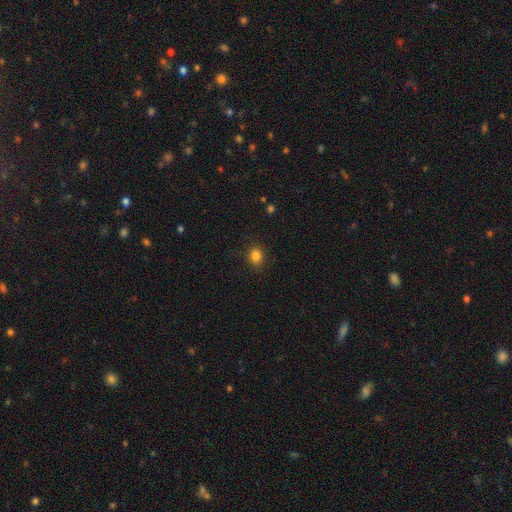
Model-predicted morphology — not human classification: A smooth galaxy with no disk features (83%) that is round (60%).

Vote fractions:
- Smooth or featured? smooth: 83% / star or artifact: 12% / featured or disk: 5%
- How rounded? round: 60% / in between: 39% / cigar-shaped: 1%
- Merging? none: 86% / minor disturbance: 10% / major disturbance: 3% / merger: 1%